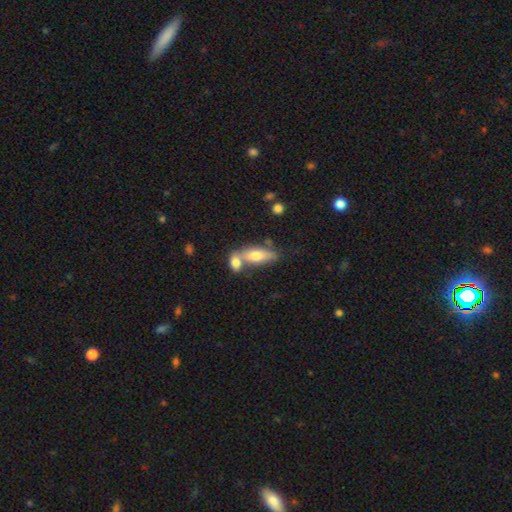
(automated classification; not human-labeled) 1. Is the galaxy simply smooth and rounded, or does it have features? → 67% smooth, 26% featured or disk, 7% star or artifact.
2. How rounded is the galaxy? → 67% in between, 29% cigar-shaped, 4% round.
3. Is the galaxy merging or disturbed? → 51% merger, 35% none, 10% minor disturbance, 4% major disturbance.